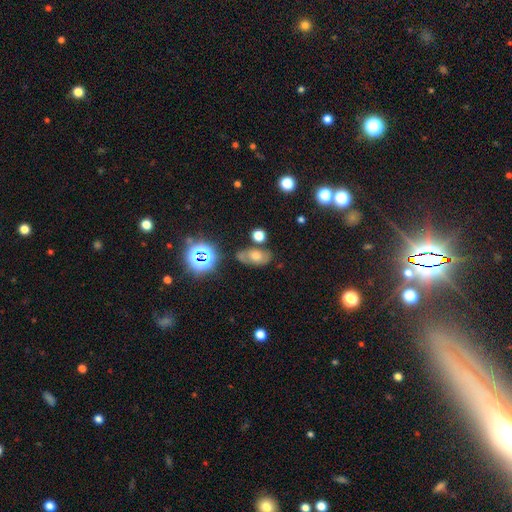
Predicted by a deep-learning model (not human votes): A smooth galaxy with no disk features (43%). Merging: none (70%).